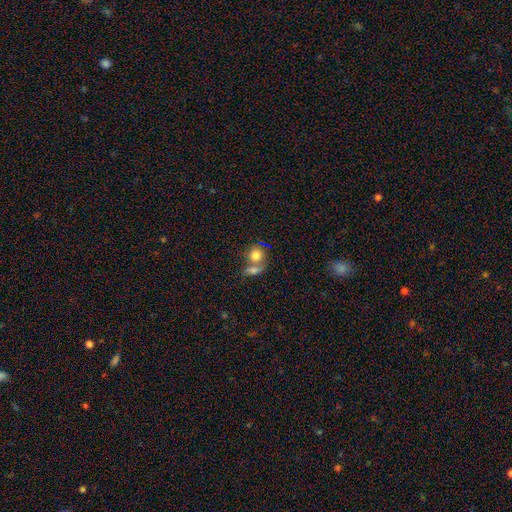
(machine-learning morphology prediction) This appears to be a smooth galaxy with no disk features (74%) that is round (74%). Merging: merger (54%).